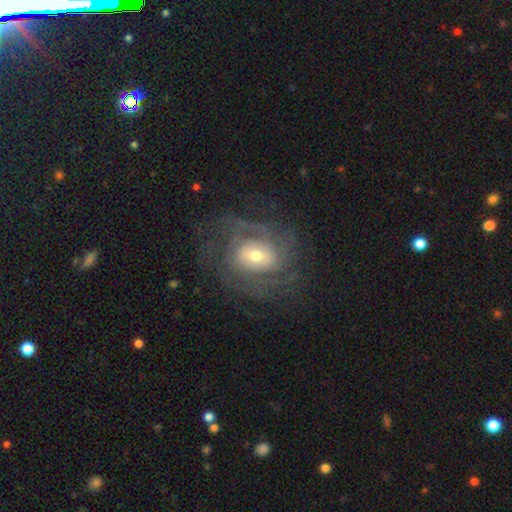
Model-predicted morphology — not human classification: Smooth or featured?
  - featured or disk: 74% *
  - smooth: 18%
  - star or artifact: 8%
Edge-on disk?
  - no: 96% *
  - yes: 4%
Bar?
  - no: 54% *
  - weak: 35%
  - strong: 11%
Spiral arms?
  - yes: 83% *
  - no: 17%
Spiral winding?
  - tight: 49% *
  - medium: 34%
  - loose: 16%
Spiral arm count?
  - can't tell: 42% *
  - 2: 26%
  - 3: 13%
  - 1: 7%
  - 4: 7%
  - more than 4: 5%
Bulge size?
  - moderate: 58% *
  - small: 30%
  - large: 9%
  - dominant: 1%
  - none: 1%
Merging?
  - none: 64% *
  - minor disturbance: 17%
  - major disturbance: 17%
  - merger: 1%